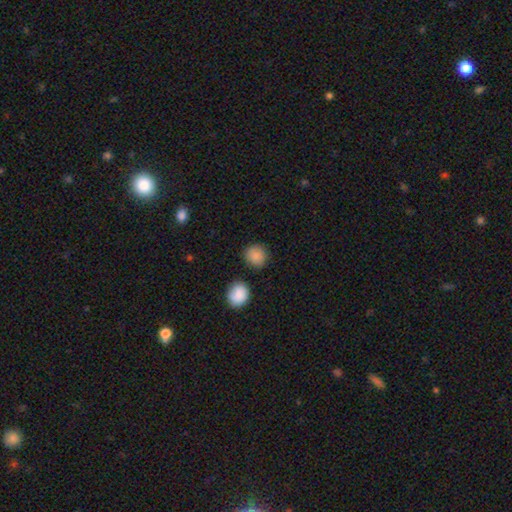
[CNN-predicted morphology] Smooth or featured: smooth — 88% (star or artifact — 8%)
How rounded: round — 88% (in between — 11%)
Merging: none — 84% (minor disturbance — 9%)